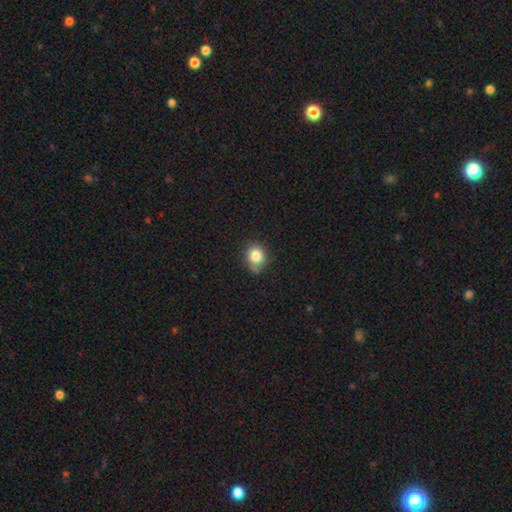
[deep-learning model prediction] This is clearly a smooth galaxy (83%). How rounded: likely round (76%). Merging: likely none (72%).